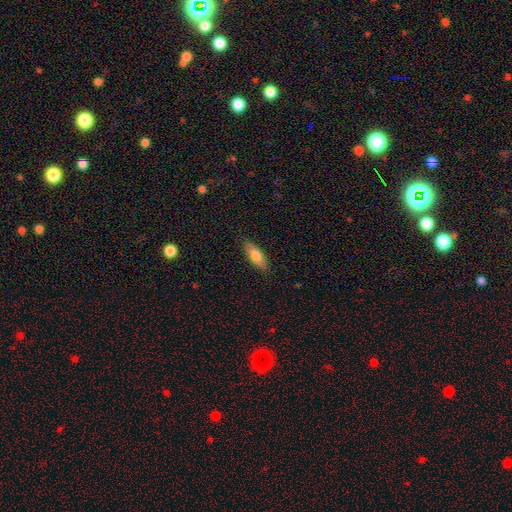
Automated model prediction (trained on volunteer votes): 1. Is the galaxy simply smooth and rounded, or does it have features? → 74% smooth, 19% featured or disk, 6% star or artifact.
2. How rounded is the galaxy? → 66% in between, 32% cigar-shaped, 2% round.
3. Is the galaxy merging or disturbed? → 84% none, 13% minor disturbance, 2% major disturbance, 1% merger.